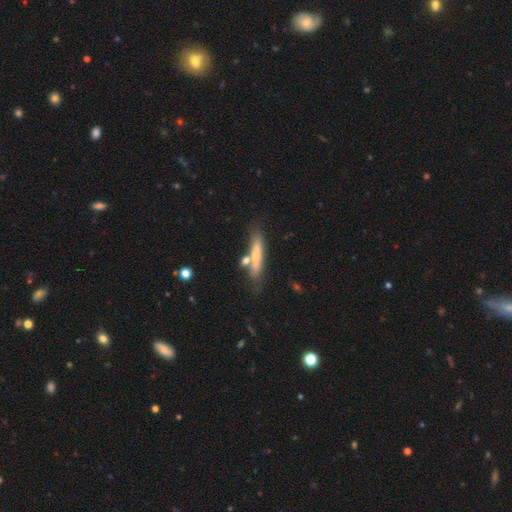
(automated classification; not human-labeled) This appears to be a smooth galaxy with no disk features (53%) that is cigar-shaped (86%). Merging: none (66%).